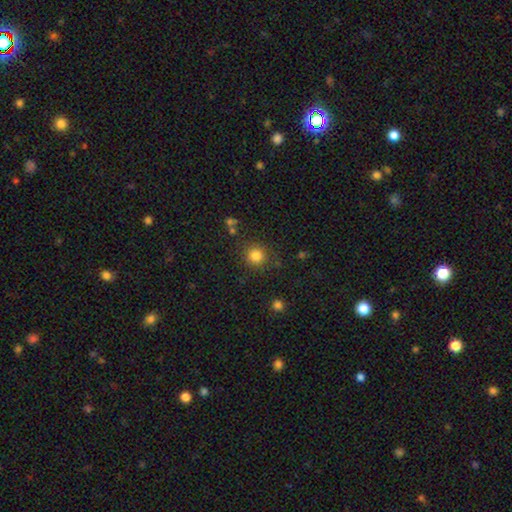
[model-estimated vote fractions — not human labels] Smooth or featured?
  - smooth: 82% *
  - star or artifact: 12%
  - featured or disk: 5%
How rounded?
  - round: 92% *
  - in between: 8%
  - cigar-shaped: 1%
Merging?
  - none: 84% *
  - minor disturbance: 9%
  - major disturbance: 4%
  - merger: 3%